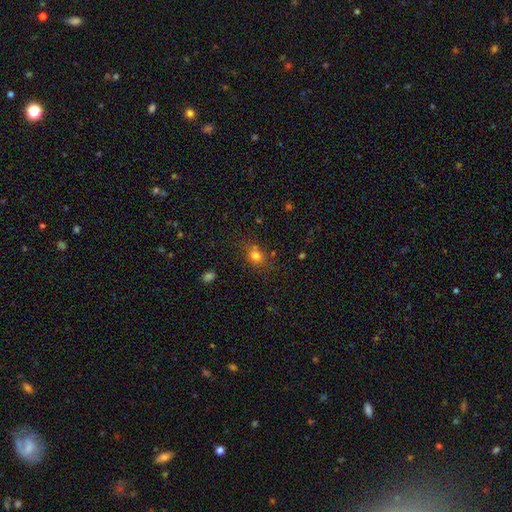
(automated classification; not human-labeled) This appears to be a smooth galaxy with no disk features (76%) that is round (54%). Merging: none (68%).